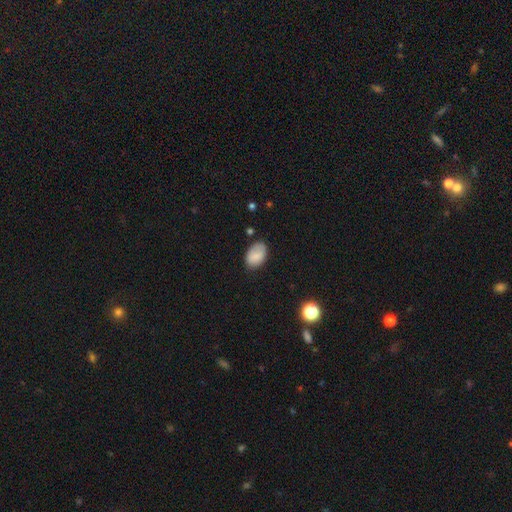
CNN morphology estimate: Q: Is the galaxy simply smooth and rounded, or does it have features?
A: smooth — 83%.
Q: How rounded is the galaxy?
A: in between — 90%.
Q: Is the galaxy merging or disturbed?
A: none — 73%.